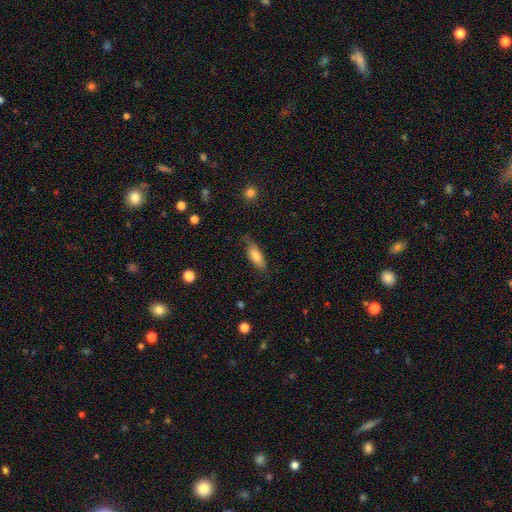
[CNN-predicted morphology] Overall: smooth (75%). How rounded: in between (65%; cigar-shaped 32%). Merging: none (68%).